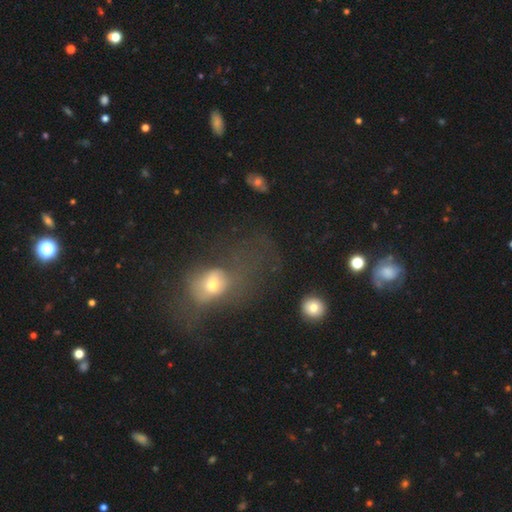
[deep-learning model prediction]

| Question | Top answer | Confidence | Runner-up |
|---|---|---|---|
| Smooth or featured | smooth | 50% | star or artifact (25%) |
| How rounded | in between | 58% | round (39%) |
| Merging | major disturbance | 44% | none (29%) |